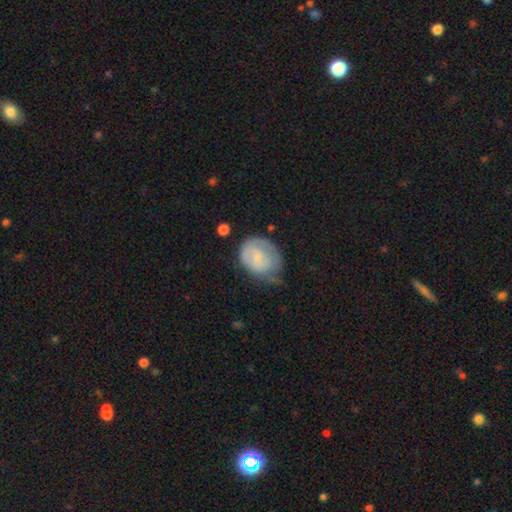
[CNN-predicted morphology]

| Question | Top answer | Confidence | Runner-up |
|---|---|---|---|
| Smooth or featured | smooth | 56% | featured or disk (37%) |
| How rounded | in between | 52% | round (47%) |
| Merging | minor disturbance | 39% | none (36%) |